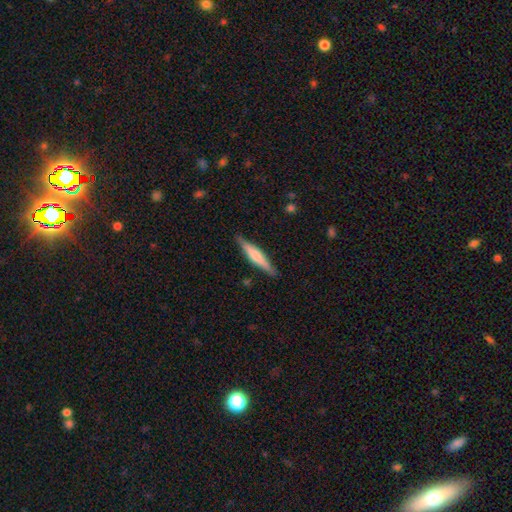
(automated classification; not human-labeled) Q: Smooth or featured?
A: featured or disk (49%); runner-up: smooth (46%)
Q: Merging?
A: none (89%); runner-up: minor disturbance (8%)